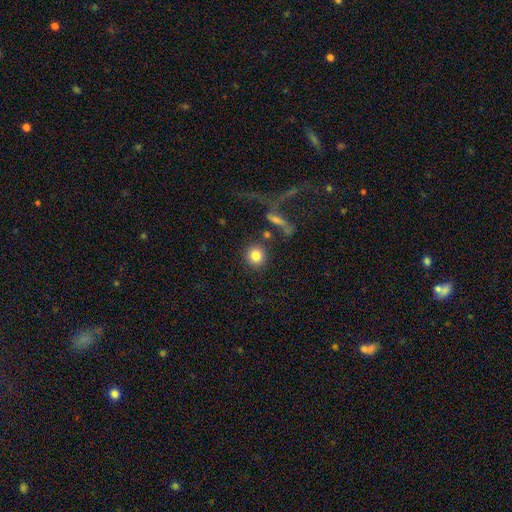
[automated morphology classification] A smooth galaxy with no disk features (81%) that is round (91%). Merging: none (81%).